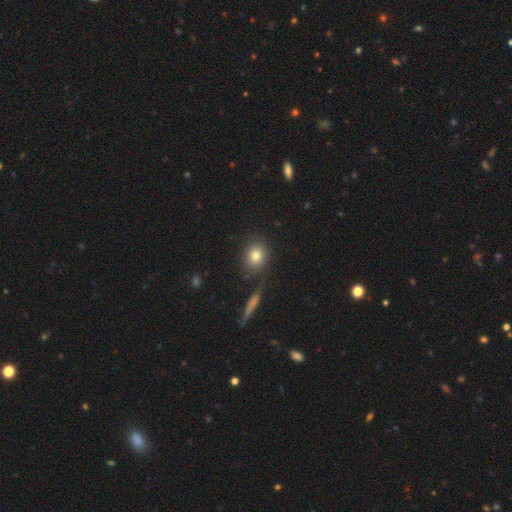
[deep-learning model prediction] Overall: smooth (80%). How rounded: round (68%; in between 30%). Merging: none (80%).